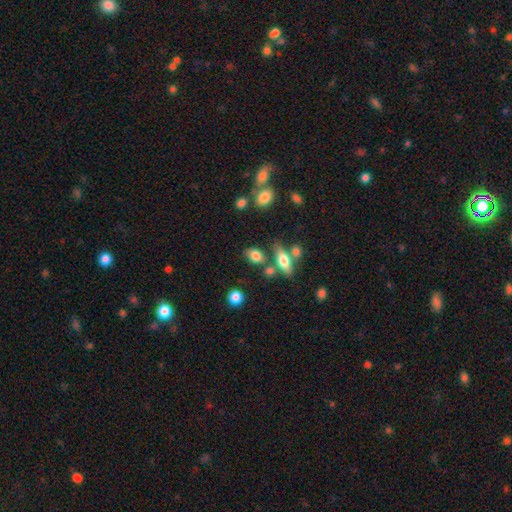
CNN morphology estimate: The model was most divided on "merging": none: 66%, minor disturbance: 15%, merger: 14%, major disturbance: 5%. More confident: smooth or featured — smooth (78%); how rounded — in between (74%).